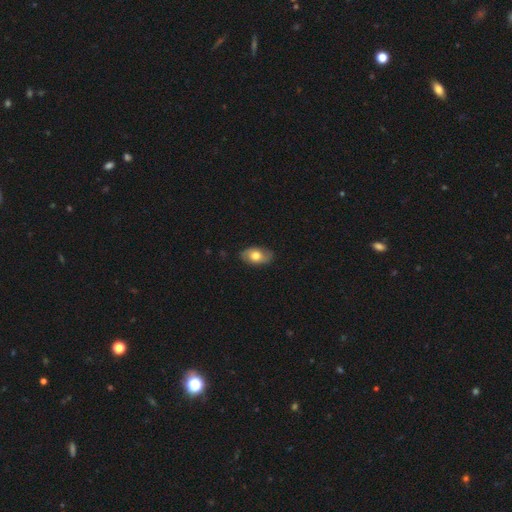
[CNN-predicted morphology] smooth_or_featured: smooth (p=0.67) [alt: featured or disk p=0.27]
how_rounded: in between (p=0.91) [alt: round p=0.08]
merging: none (p=0.83) [alt: minor disturbance p=0.14]